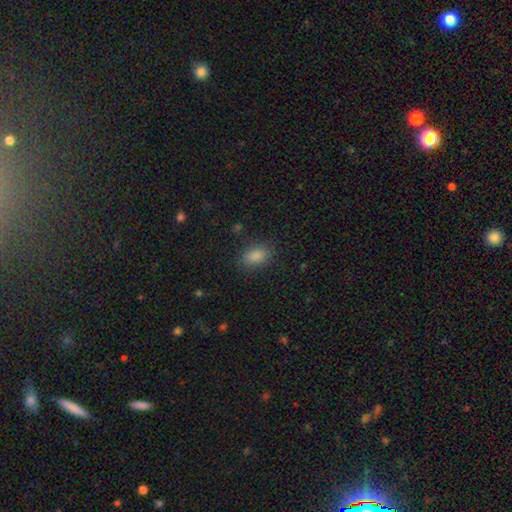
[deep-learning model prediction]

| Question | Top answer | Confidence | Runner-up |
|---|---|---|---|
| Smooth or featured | smooth | 85% | star or artifact (11%) |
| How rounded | in between | 87% | round (10%) |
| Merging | none | 87% | minor disturbance (9%) |